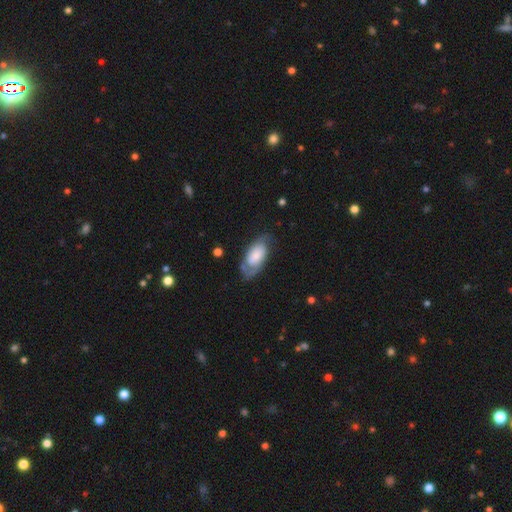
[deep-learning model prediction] Smooth or featured? Predicted: featured or disk (p=0.55). Edge-on disk? Predicted: no (p=0.93). Bar? Predicted: no (p=0.70). Spiral arms? Predicted: yes (p=0.82). Bulge size? Predicted: small (p=0.34). Merging? Predicted: none (p=0.61).